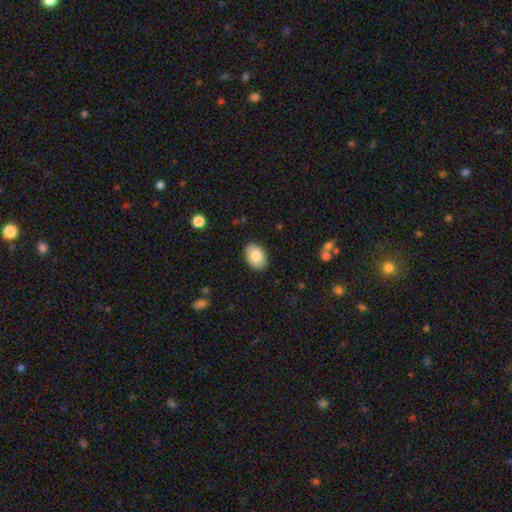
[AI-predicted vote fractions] The model was most divided on "smooth or featured": smooth: 84%, featured or disk: 9%, star or artifact: 7%. More confident: how rounded — in between (89%); merging — none (88%).